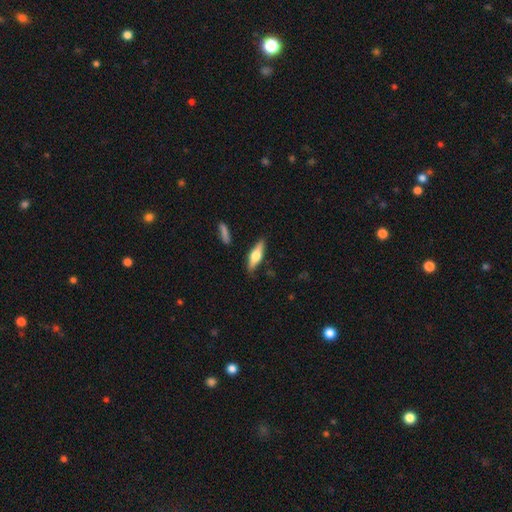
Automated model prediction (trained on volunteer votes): Smooth or featured? featured or disk (51%)
Edge-on disk? yes (92%)
Merging? none (83%)